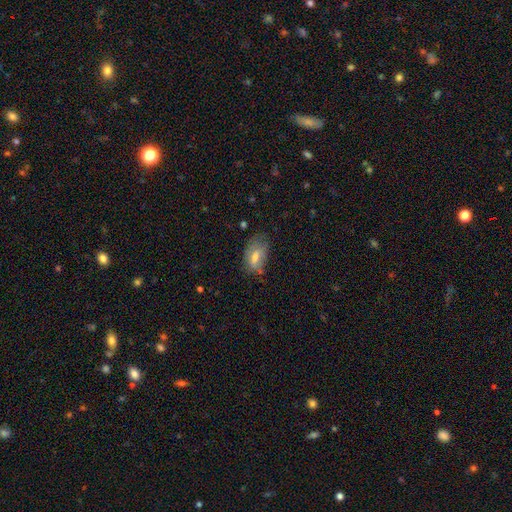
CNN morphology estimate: Q: Smooth or featured?
A: smooth (65%); runner-up: featured or disk (25%)
Q: How rounded?
A: in between (89%); runner-up: round (6%)
Q: Merging?
A: none (53%); runner-up: minor disturbance (32%)